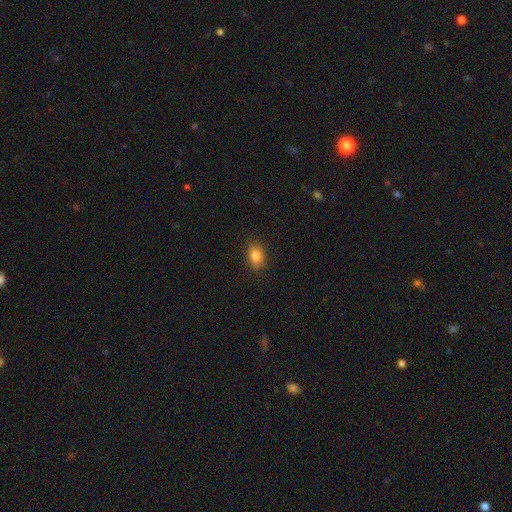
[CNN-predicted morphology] Q: Smooth or featured?
A: smooth (81%); runner-up: star or artifact (10%)
Q: How rounded?
A: in between (79%); runner-up: round (18%)
Q: Merging?
A: none (83%); runner-up: minor disturbance (13%)